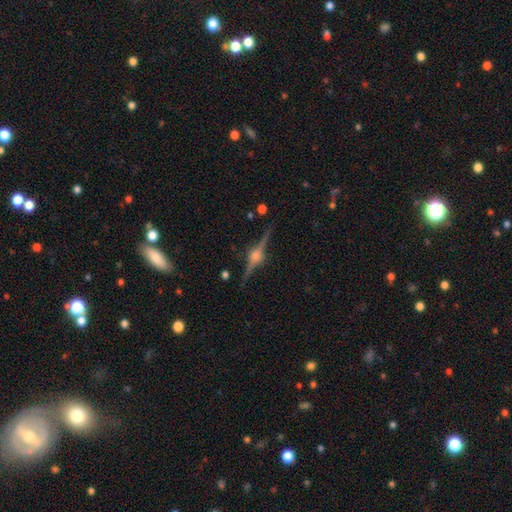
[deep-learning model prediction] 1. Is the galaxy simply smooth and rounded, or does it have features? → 87% featured or disk, 7% star or artifact, 6% smooth.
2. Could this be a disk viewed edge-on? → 98% yes, 2% no.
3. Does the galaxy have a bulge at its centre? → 92% rounded, 7% boxy, 2% none.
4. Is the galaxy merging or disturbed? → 87% none, 9% minor disturbance, 2% major disturbance, 1% merger.